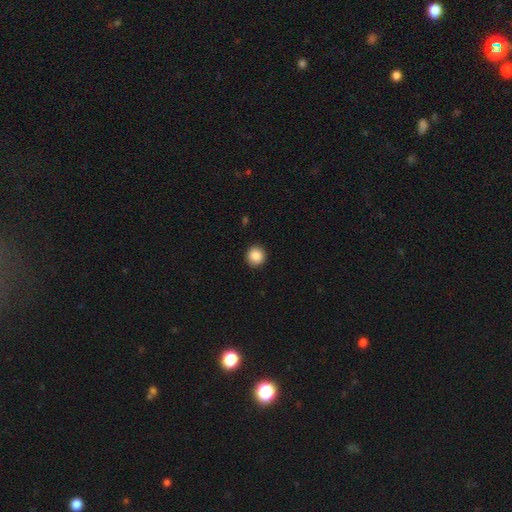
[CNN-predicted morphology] smooth-or-featured: smooth: 88% | star or artifact: 9% | featured or disk: 3%
  how-rounded: round: 93% | in between: 6% | cigar-shaped: 1%
  merging: none: 92% | minor disturbance: 6% | major disturbance: 2% | merger: 1%